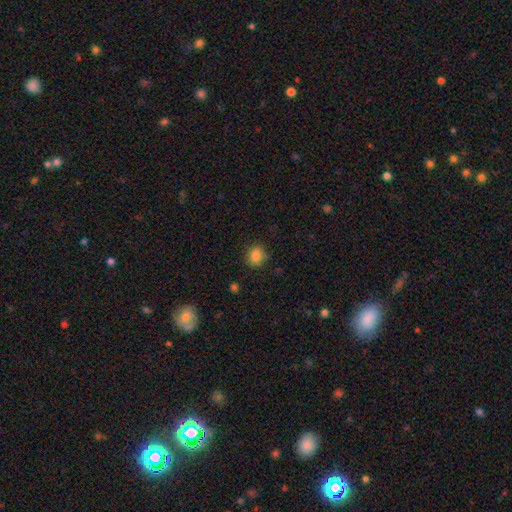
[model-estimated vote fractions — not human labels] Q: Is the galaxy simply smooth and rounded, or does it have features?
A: smooth — 84%.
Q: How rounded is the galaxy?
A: round — 76%.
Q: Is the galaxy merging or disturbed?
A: none — 84%.